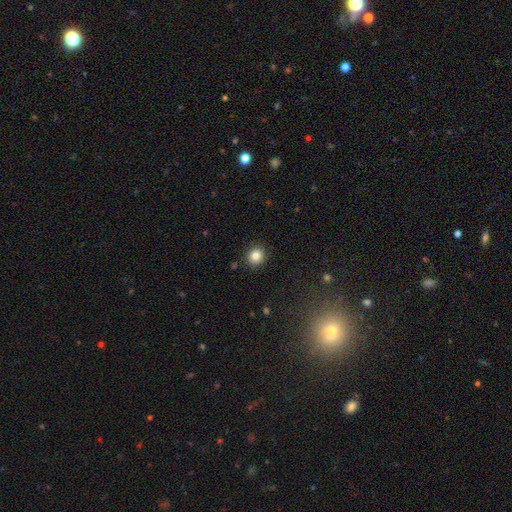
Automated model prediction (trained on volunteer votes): Q: Smooth or featured?
A: smooth (84%); runner-up: star or artifact (10%)
Q: How rounded?
A: round (78%); runner-up: in between (21%)
Q: Merging?
A: none (90%); runner-up: minor disturbance (7%)